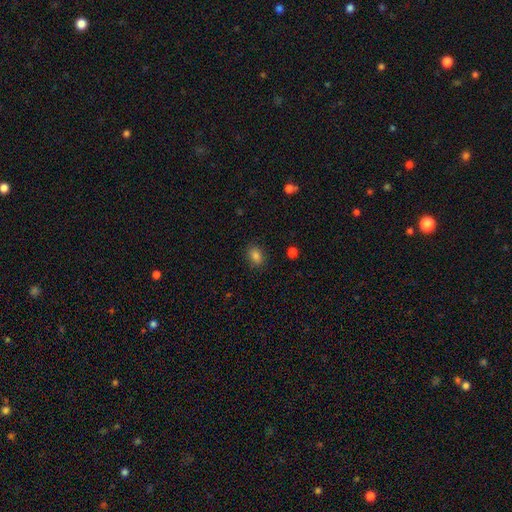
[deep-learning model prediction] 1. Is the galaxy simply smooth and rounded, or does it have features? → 84% smooth, 11% star or artifact, 5% featured or disk.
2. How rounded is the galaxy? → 71% in between, 28% round, 1% cigar-shaped.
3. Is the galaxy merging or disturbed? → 86% none, 10% minor disturbance, 3% major disturbance, 1% merger.